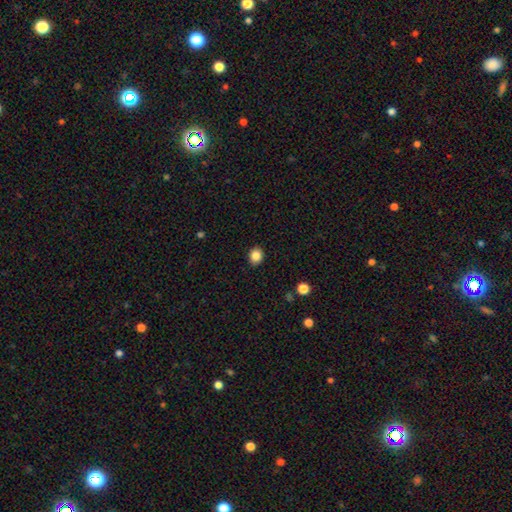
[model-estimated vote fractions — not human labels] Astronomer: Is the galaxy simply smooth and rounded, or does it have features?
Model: smooth — 85%.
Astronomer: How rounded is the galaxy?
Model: round — 64%.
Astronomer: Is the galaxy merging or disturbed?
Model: none — 90%.